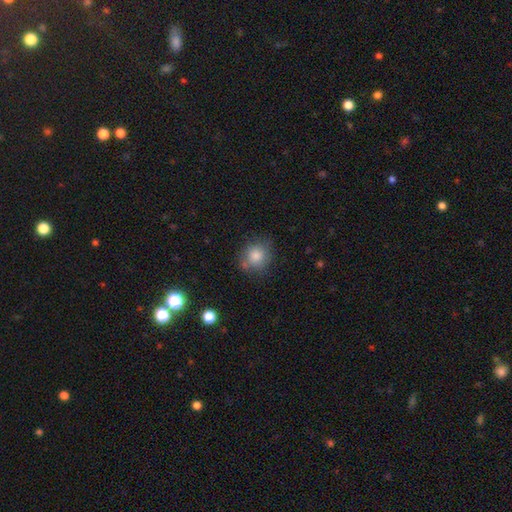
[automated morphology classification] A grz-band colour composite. It shows a smooth galaxy with no disk features (79%) that is round (84%). Merging: none (73%).